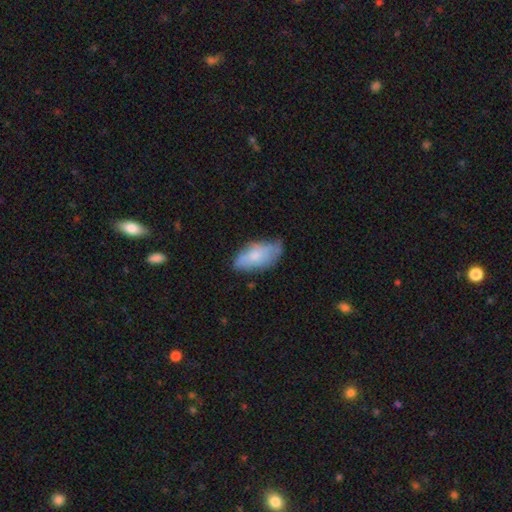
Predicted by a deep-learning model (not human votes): A smooth galaxy with no disk features (66%) that is in between round and cigar-shaped (92%).

Vote fractions:
- Smooth or featured? smooth: 66% / featured or disk: 28% / star or artifact: 7%
- How rounded? in between: 92% / cigar-shaped: 5% / round: 3%
- Merging? none: 50% / minor disturbance: 38% / major disturbance: 10% / merger: 2%